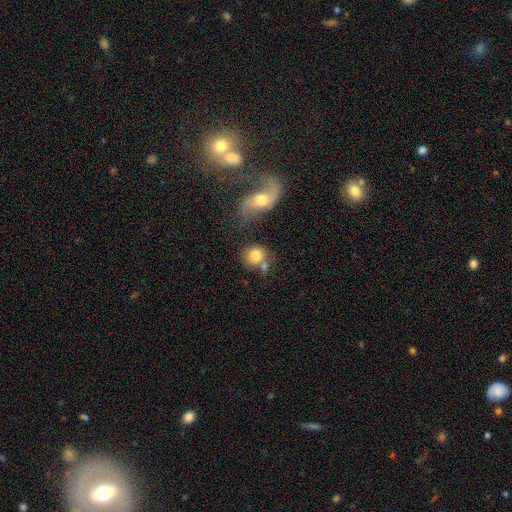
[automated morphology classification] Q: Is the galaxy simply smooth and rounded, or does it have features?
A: smooth — 74%.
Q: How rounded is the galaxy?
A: round — 78%.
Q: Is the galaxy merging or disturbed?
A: none — 50%.